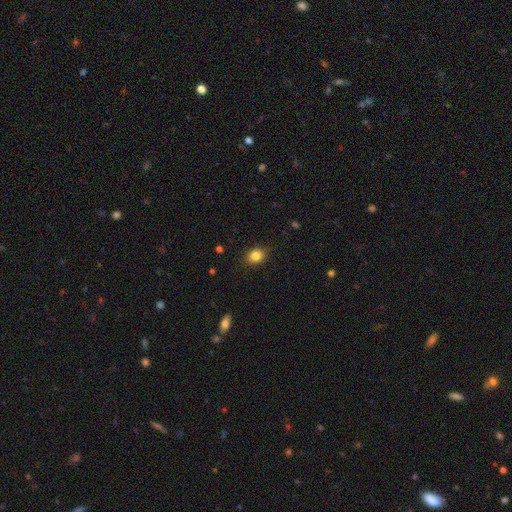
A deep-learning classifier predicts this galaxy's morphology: This appears to be a smooth galaxy with no disk features (84%) that is in between round and cigar-shaped (54%). Merging: none (86%).